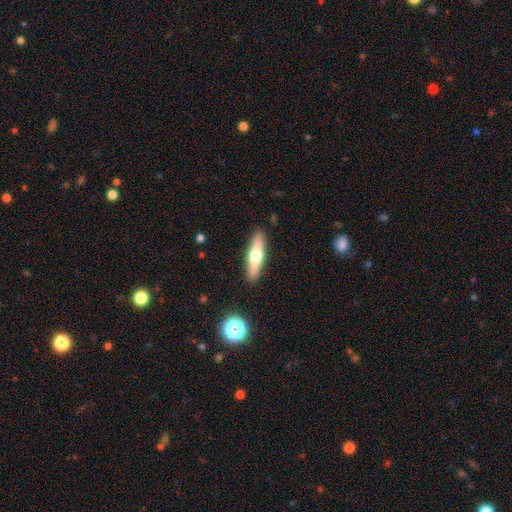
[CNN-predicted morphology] Smooth or featured? smooth (51%)
How rounded? cigar-shaped (73%)
Merging? none (89%)